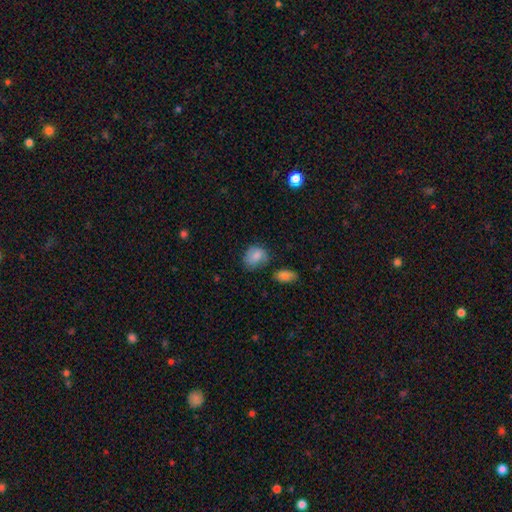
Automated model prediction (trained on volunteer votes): smooth-or-featured: smooth: 76% | featured or disk: 16% | star or artifact: 8%
  how-rounded: in between: 50% | round: 49% | cigar-shaped: 1%
  merging: none: 57% | minor disturbance: 28% | major disturbance: 9% | merger: 6%